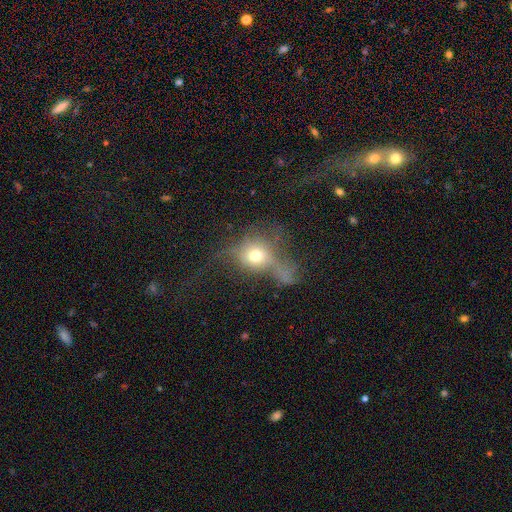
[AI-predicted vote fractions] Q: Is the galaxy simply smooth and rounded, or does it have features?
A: smooth — 55%.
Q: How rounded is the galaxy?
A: round — 67%.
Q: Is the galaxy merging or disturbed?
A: major disturbance — 49%.